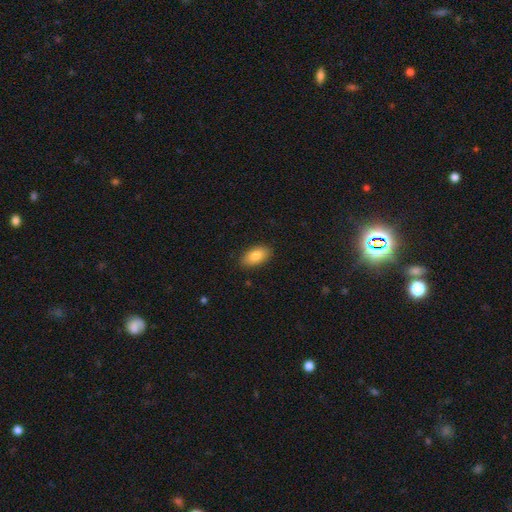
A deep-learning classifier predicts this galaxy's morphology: smooth_or_featured: smooth (p=0.84) [alt: featured or disk p=0.09]
how_rounded: in between (p=0.92) [alt: cigar-shaped p=0.04]
merging: none (p=0.87) [alt: minor disturbance p=0.09]